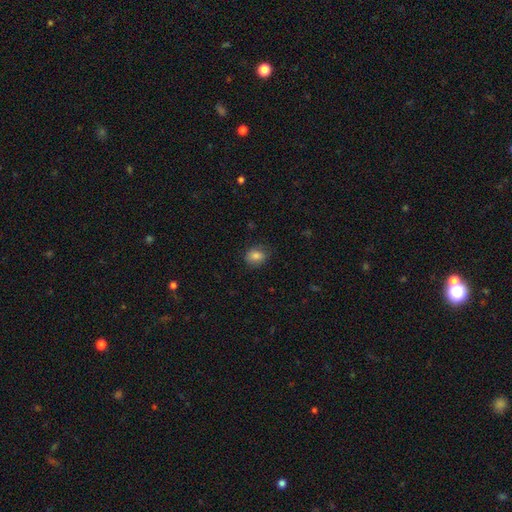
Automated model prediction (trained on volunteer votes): The model was most divided on "how rounded": in between: 52%, round: 47%, cigar-shaped: 1%. More confident: smooth or featured — smooth (82%); merging — none (77%).